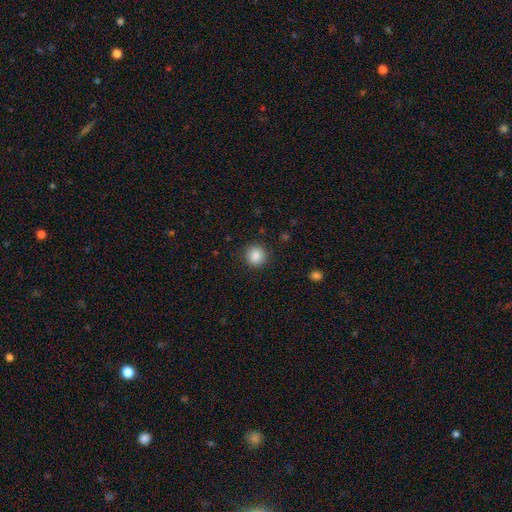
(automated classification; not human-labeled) Morphology: type=smooth (87%); roundness=round (90%); merging=none (90%).